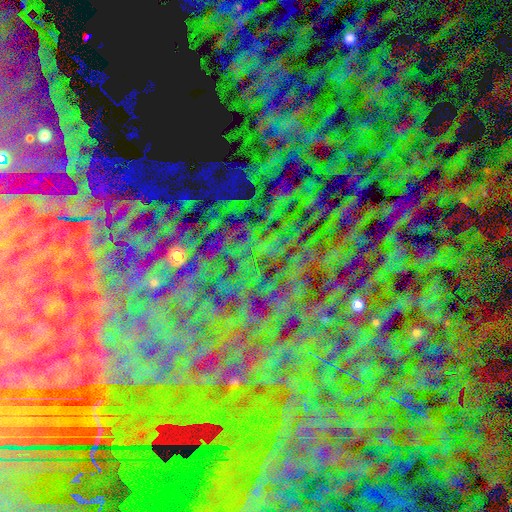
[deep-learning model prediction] A star or artifact, not a galaxy (84%).